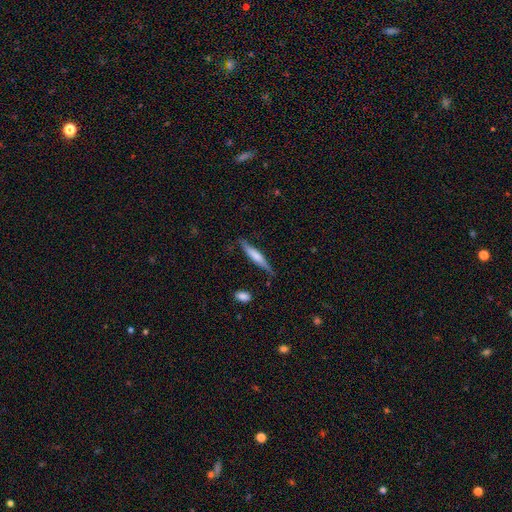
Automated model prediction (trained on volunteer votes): This appears to be a smooth galaxy with no disk features (56%) that is cigar-shaped (90%). Merging: none (75%).